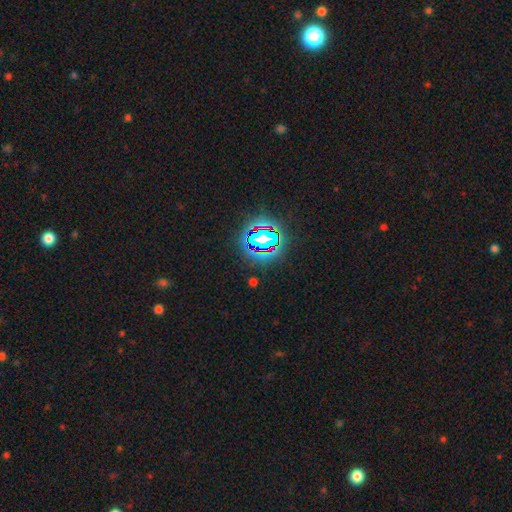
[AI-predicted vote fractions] The model was most divided on "smooth or featured": star or artifact: 83%, smooth: 11%, featured or disk: 6%.